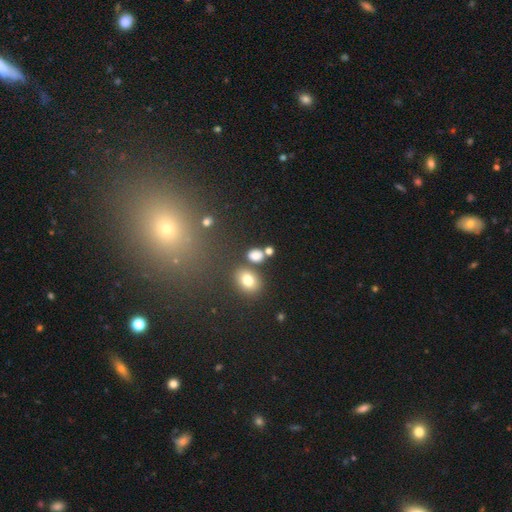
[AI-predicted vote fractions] A smooth galaxy with no disk features (78%) that is in between round and cigar-shaped (58%).

Vote fractions:
- Smooth or featured? smooth: 78% / star or artifact: 14% / featured or disk: 8%
- How rounded? in between: 58% / round: 41% / cigar-shaped: 2%
- Merging? none: 69% / merger: 16% / minor disturbance: 10% / major disturbance: 4%